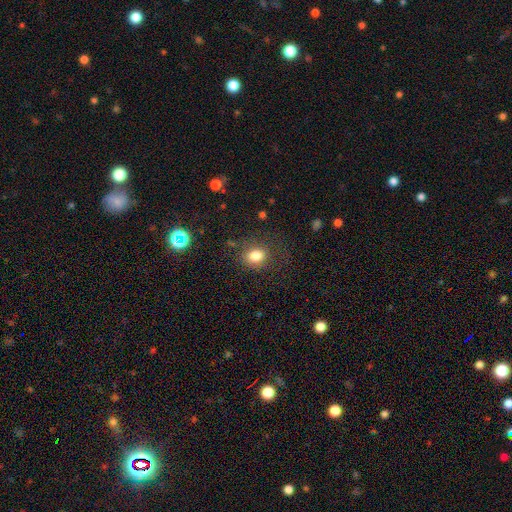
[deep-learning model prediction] Morphology: type=smooth (81%); roundness=round (54%); merging=none (74%).